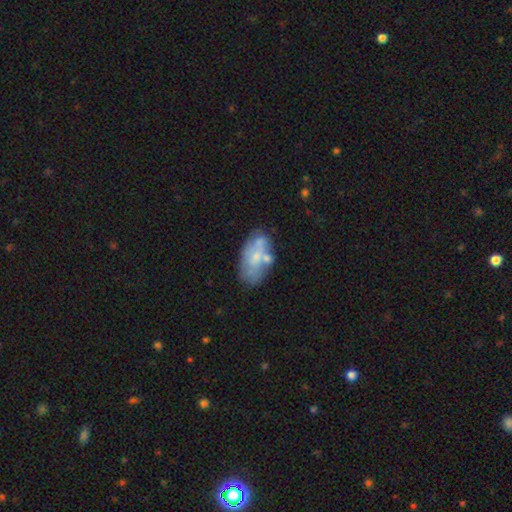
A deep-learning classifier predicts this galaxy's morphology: smooth_or_featured: smooth (p=0.47) [alt: featured or disk p=0.45]
merging: none (p=0.49) [alt: minor disturbance p=0.23]